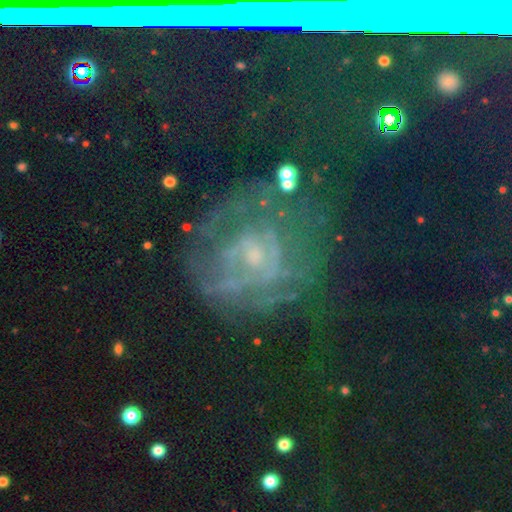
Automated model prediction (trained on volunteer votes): A featured or disk galaxy (53%) with no bar (73%), spiral arms (57%) and a small central bulge (50%). Merging: none (54%).